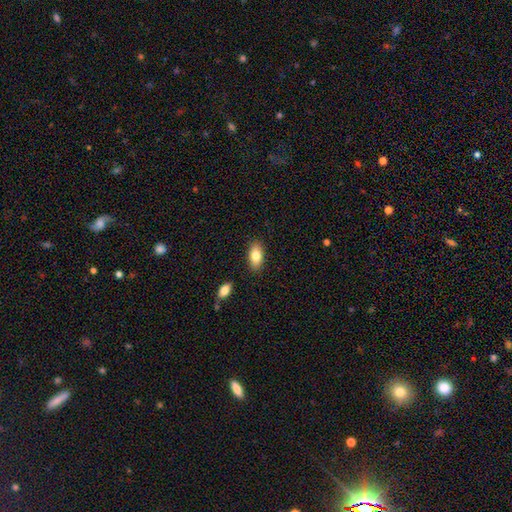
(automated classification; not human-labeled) A smooth galaxy with no disk features (81%) that is in between round and cigar-shaped (91%).

Vote fractions:
- Smooth or featured? smooth: 81% / featured or disk: 12% / star or artifact: 7%
- How rounded? in between: 91% / cigar-shaped: 6% / round: 4%
- Merging? none: 87% / minor disturbance: 9% / merger: 2% / major disturbance: 2%